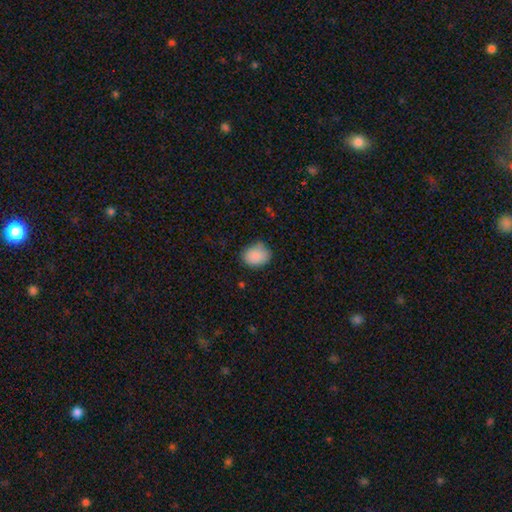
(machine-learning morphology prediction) smooth 88%, star or artifact 8%, featured or disk 4%. Down the decision tree: how rounded — in between (54%); merging — none (74%).